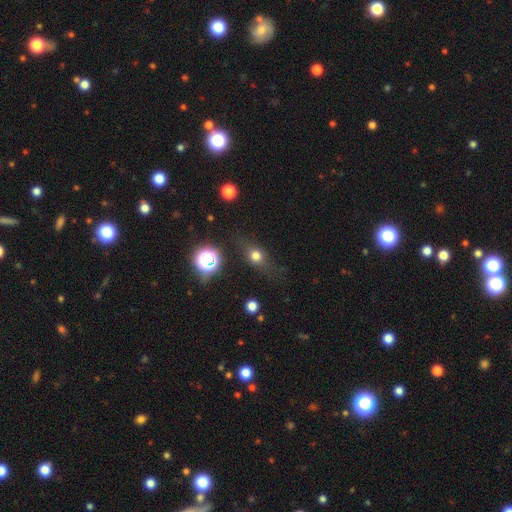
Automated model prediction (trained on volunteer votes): Morphology: type=smooth (65%); roundness=round (47%); merging=none (71%).